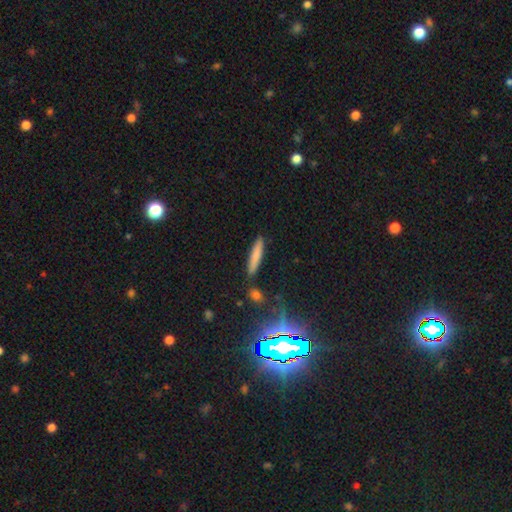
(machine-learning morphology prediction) This is likely a smooth galaxy (75%). How rounded: clearly cigar-shaped (90%). Merging: clearly none (88%).